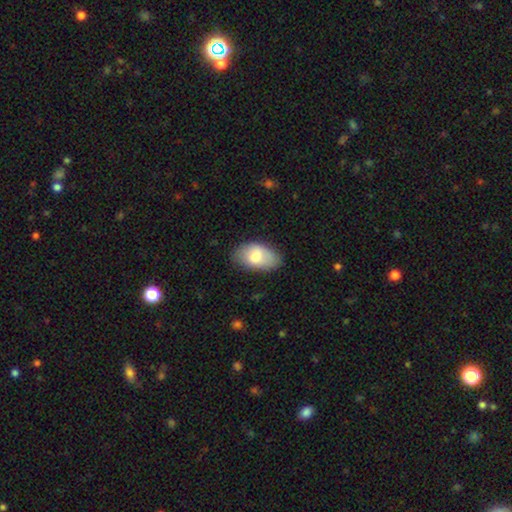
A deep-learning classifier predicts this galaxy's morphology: This appears to be a smooth galaxy with no disk features (76%) that is in between round and cigar-shaped (94%). Merging: none (75%).